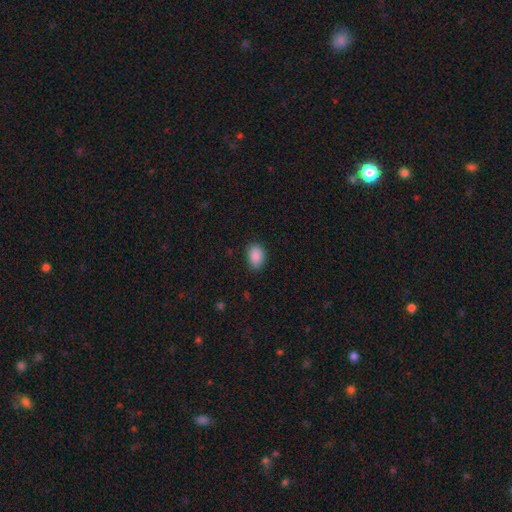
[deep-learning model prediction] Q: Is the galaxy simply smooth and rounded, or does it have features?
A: smooth — 89%.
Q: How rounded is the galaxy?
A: in between — 81%.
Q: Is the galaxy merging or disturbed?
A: none — 83%.